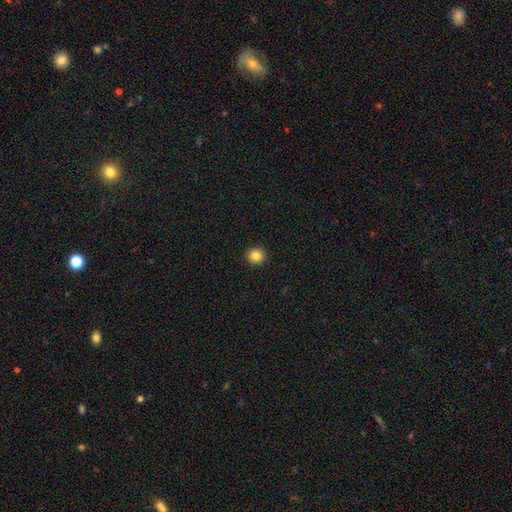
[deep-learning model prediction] Smooth or featured? smooth (85%)
How rounded? round (92%)
Merging? none (93%)